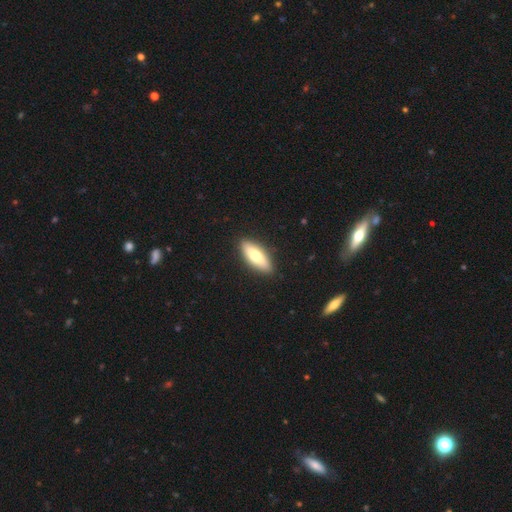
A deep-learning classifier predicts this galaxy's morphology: smooth_or_featured: smooth (p=0.67) [alt: featured or disk p=0.27]
how_rounded: in between (p=0.66) [alt: cigar-shaped p=0.32]
merging: none (p=0.89) [alt: minor disturbance p=0.08]